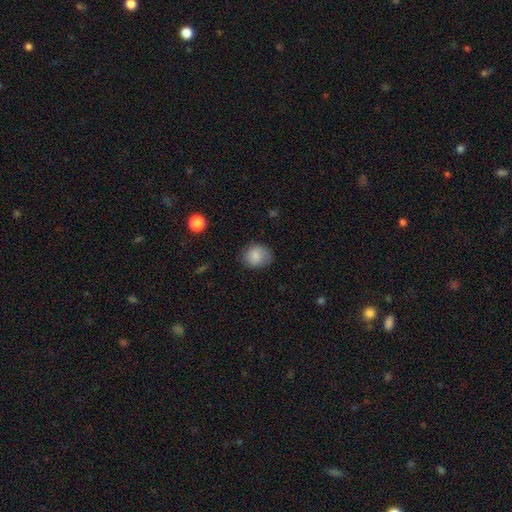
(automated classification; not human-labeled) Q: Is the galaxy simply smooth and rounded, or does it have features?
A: smooth — 85%.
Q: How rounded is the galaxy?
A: round — 72%.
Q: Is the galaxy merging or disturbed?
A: none — 75%.